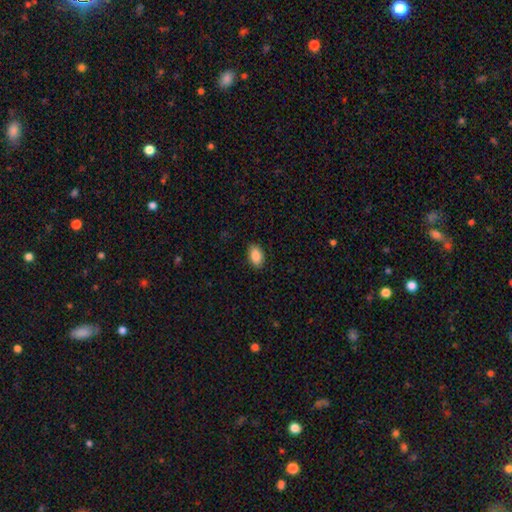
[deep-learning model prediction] A smooth galaxy with no disk features (89%) that is in between round and cigar-shaped (90%).

Vote fractions:
- Smooth or featured? smooth: 89% / star or artifact: 7% / featured or disk: 4%
- How rounded? in between: 90% / round: 8% / cigar-shaped: 2%
- Merging? none: 88% / minor disturbance: 9% / major disturbance: 2% / merger: 1%